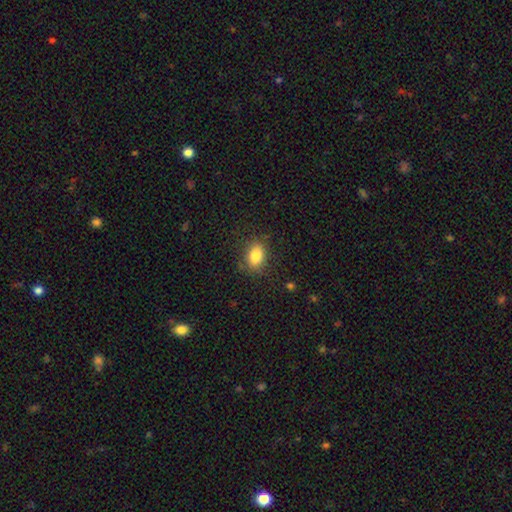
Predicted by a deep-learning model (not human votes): Overall: smooth (84%). How rounded: in between (81%). Merging: none (80%).